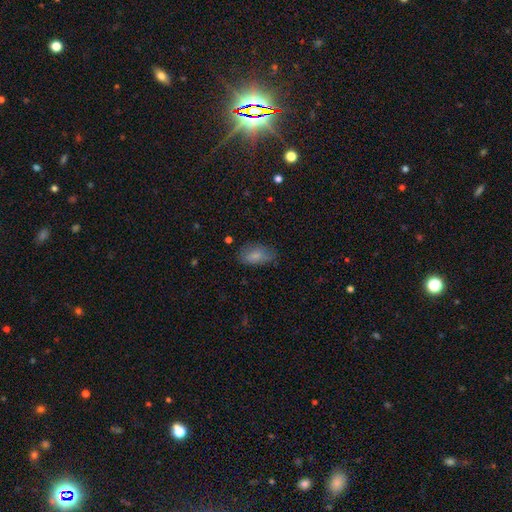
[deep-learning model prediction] smooth_or_featured: smooth (p=0.80) [alt: featured or disk p=0.12]
how_rounded: in between (p=0.91) [alt: round p=0.05]
merging: none (p=0.67) [alt: minor disturbance p=0.25]